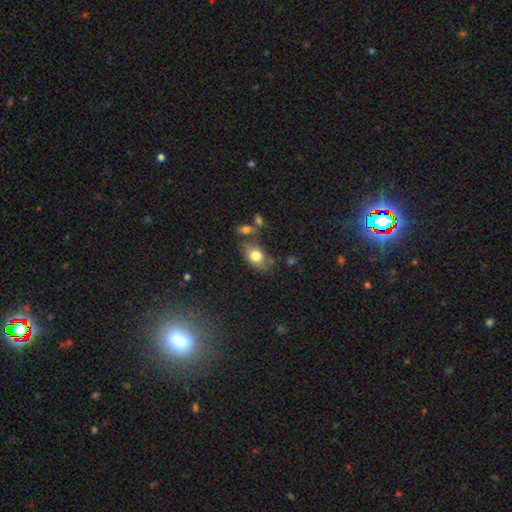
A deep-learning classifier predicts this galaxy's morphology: A smooth galaxy with no disk features (77%) that is in between round and cigar-shaped (81%).

Vote fractions:
- Smooth or featured? smooth: 77% / featured or disk: 14% / star or artifact: 9%
- How rounded? in between: 81% / round: 17% / cigar-shaped: 2%
- Merging? none: 60% / minor disturbance: 22% / merger: 11% / major disturbance: 7%